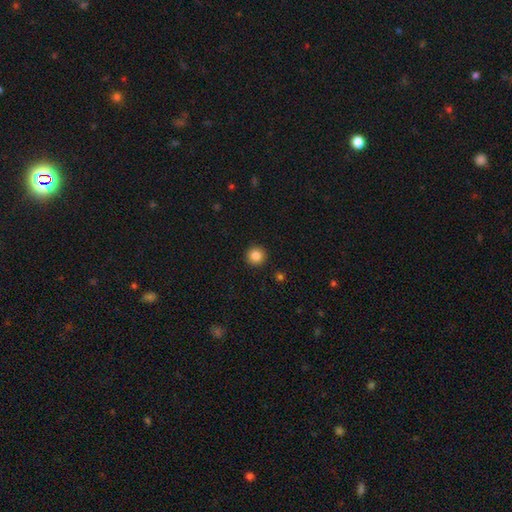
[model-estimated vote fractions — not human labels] This appears to be a smooth galaxy with no disk features (85%) that is round (95%). Merging: none (93%).